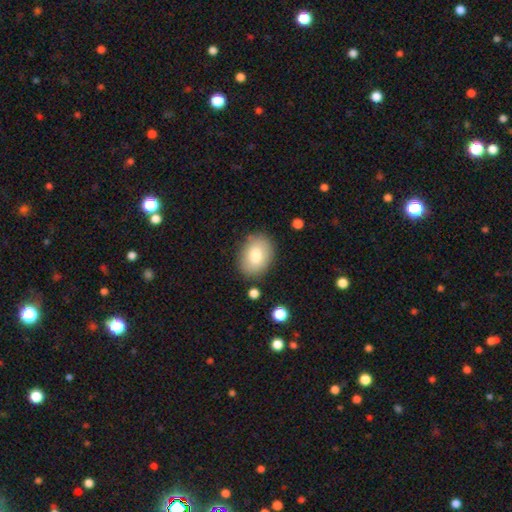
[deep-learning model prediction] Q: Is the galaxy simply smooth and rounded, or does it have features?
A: smooth — 78%.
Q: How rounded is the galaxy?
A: in between — 71%.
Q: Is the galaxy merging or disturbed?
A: none — 83%.